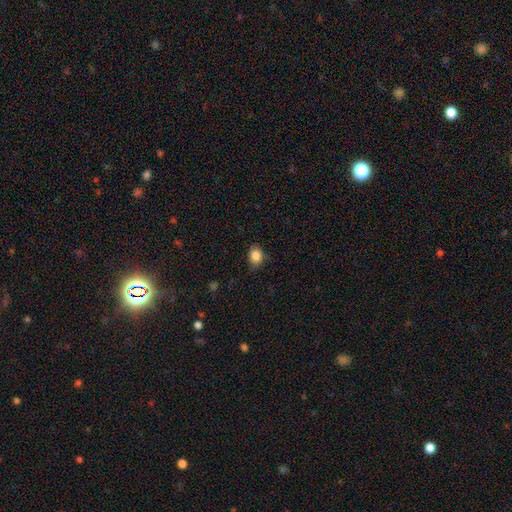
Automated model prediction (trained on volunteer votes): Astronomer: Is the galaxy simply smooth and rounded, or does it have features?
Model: smooth — 85%.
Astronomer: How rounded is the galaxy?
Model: in between — 53% (runner-up: round, 46%).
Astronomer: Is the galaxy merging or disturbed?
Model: none — 78%.